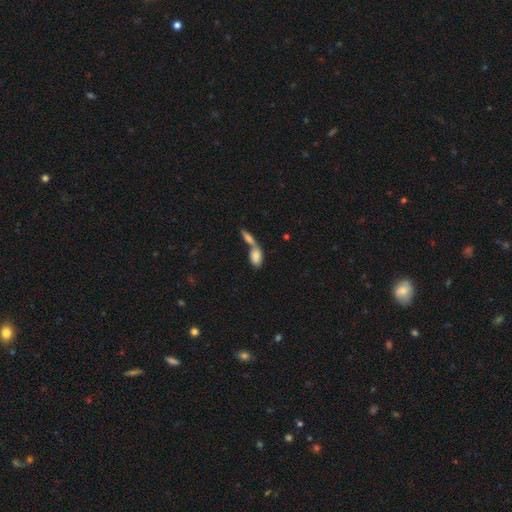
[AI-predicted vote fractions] Smooth or featured? smooth (80%)
How rounded? in between (88%)
Merging? merger (67%)